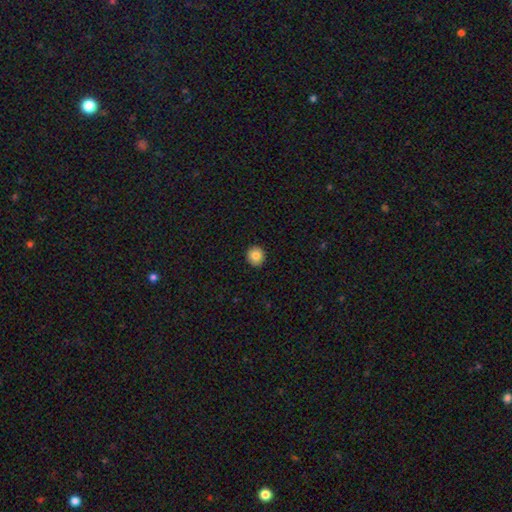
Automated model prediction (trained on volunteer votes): Morphology: type=smooth (84%); roundness=round (92%); merging=none (92%).